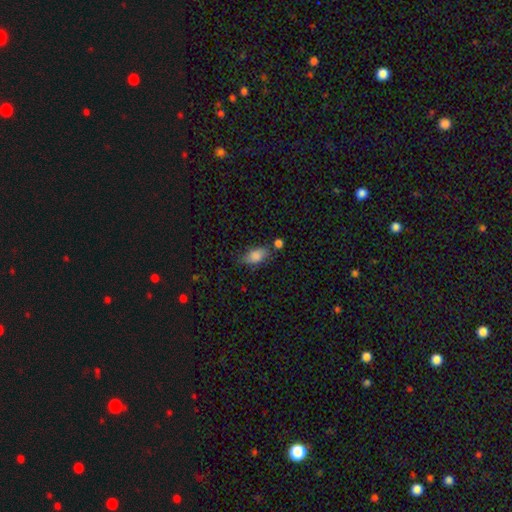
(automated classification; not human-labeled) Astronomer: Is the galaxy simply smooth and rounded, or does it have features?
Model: smooth — 84%.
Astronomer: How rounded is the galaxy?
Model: in between — 88%.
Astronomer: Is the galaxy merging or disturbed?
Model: none — 57%.